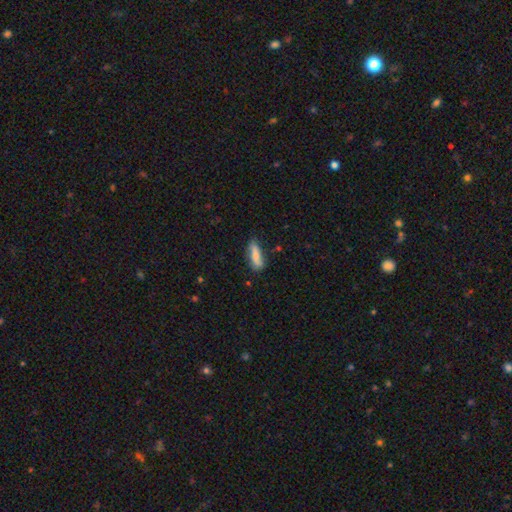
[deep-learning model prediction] This appears to be a smooth galaxy with no disk features (76%) that is cigar-shaped (52%). Merging: none (70%).